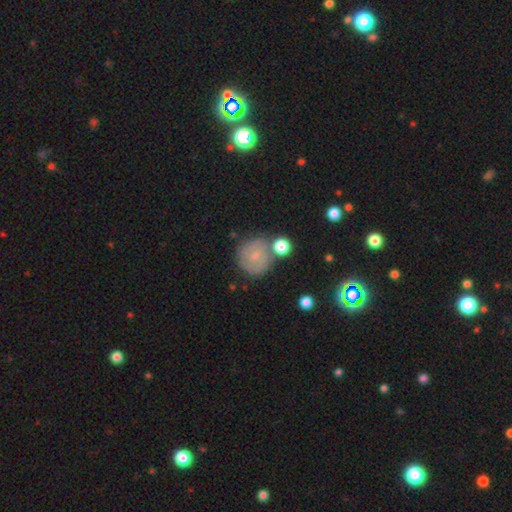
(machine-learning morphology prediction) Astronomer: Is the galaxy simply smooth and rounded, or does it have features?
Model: smooth — 55% (runner-up: featured or disk, 35%).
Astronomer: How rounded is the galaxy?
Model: round — 89%.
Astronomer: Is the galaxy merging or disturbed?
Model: none — 65%.